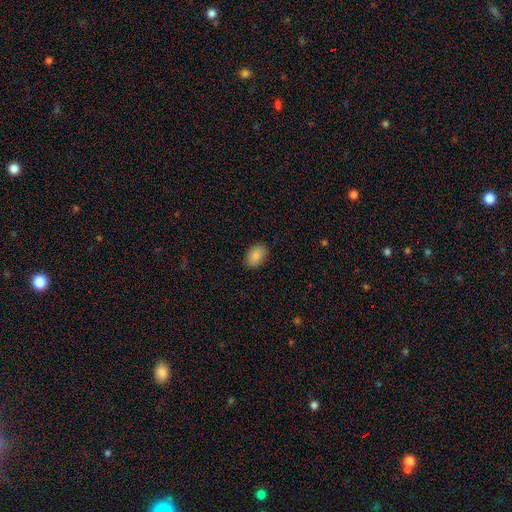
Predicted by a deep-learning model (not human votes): Q: Smooth or featured?
A: smooth (89%); runner-up: star or artifact (7%)
Q: How rounded?
A: in between (86%); runner-up: round (13%)
Q: Merging?
A: none (88%); runner-up: minor disturbance (9%)